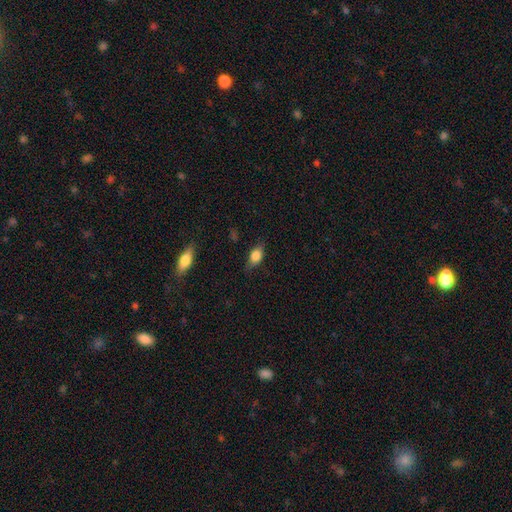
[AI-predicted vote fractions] Overall: smooth (79%). How rounded: in between (81%). Merging: none (76%).